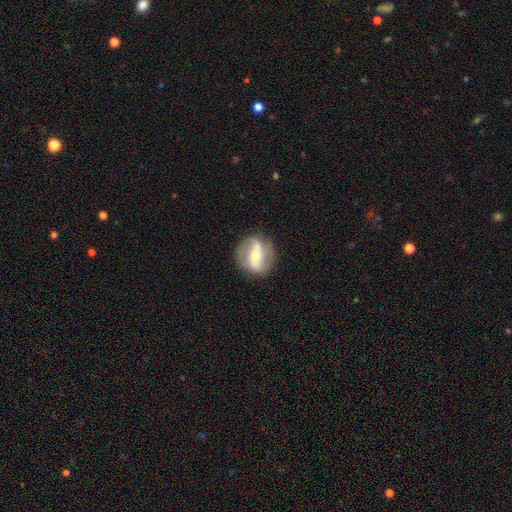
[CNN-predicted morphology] Overall: featured or disk (70%). Edge-on disk: no (90%). Bar: strong (59%; weak 25%). Spiral arms: yes (69%; no 31%). Bulge size: moderate (52%; small 39%). Merging: none (78%).